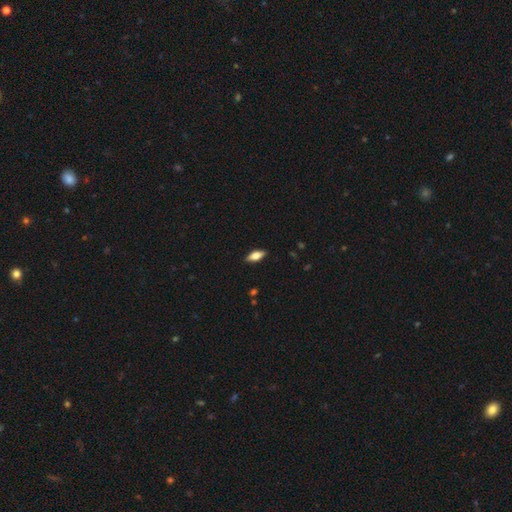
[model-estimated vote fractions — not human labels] Overall: smooth (61%; featured or disk 32%). How rounded: in between (76%). Merging: none (88%).